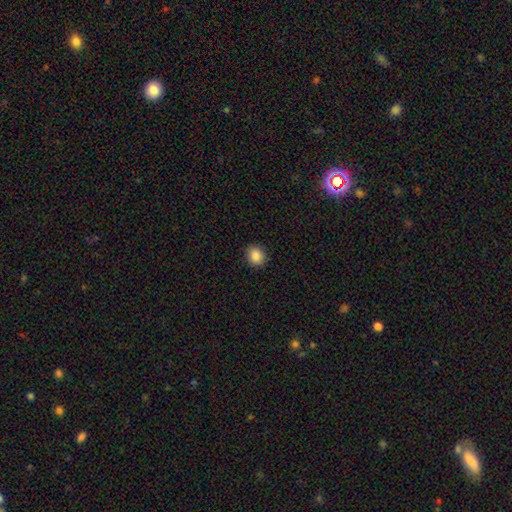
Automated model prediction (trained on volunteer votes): Smooth or featured? smooth (86%)
How rounded? round (83%)
Merging? none (90%)